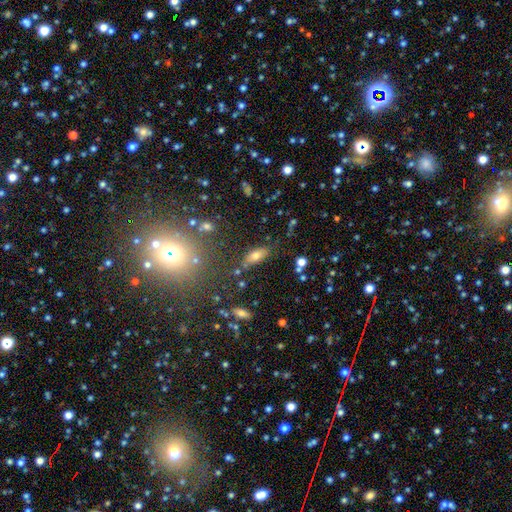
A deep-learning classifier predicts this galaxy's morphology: Smooth or featured? Predicted: smooth (p=0.71). How rounded? Predicted: in between (p=0.81). Merging? Predicted: none (p=0.70).